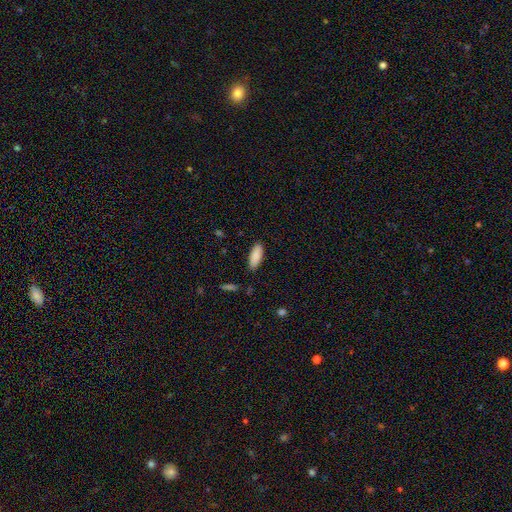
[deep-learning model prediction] smooth-or-featured: smooth: 89% | star or artifact: 6% | featured or disk: 5%
  how-rounded: in between: 76% | cigar-shaped: 23% | round: 2%
  merging: none: 87% | minor disturbance: 9% | major disturbance: 2% | merger: 1%